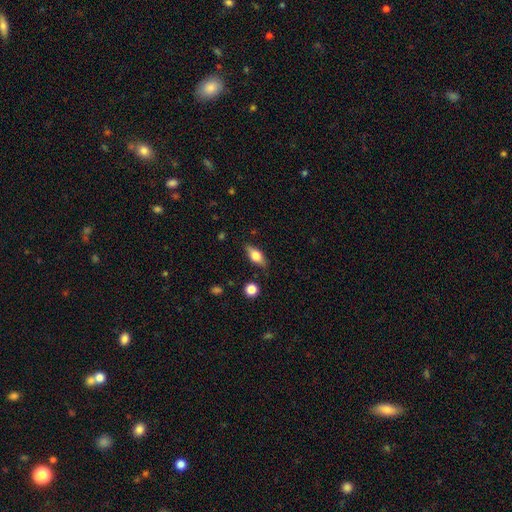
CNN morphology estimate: This appears to be a smooth galaxy with no disk features (58%) that is in between round and cigar-shaped (74%). Merging: none (81%).